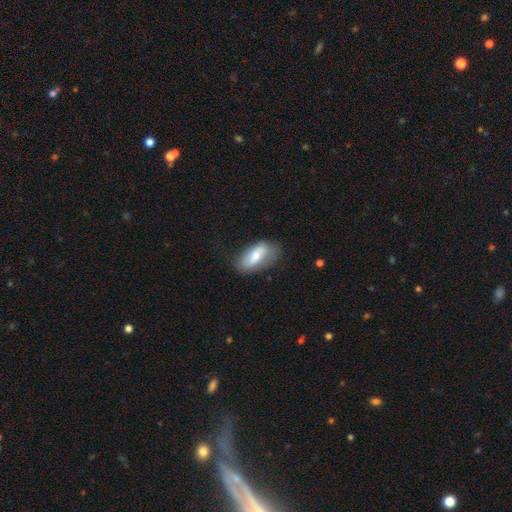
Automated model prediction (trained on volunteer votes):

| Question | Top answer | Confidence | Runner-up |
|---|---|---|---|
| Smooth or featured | smooth | 65% | featured or disk (28%) |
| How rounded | in between | 89% | cigar-shaped (8%) |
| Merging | none | 69% | minor disturbance (23%) |